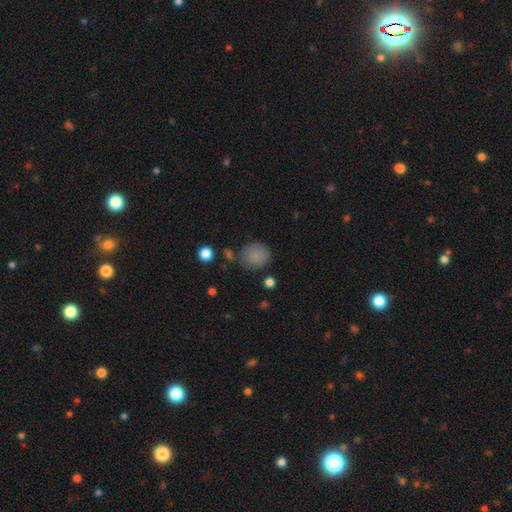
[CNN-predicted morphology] The model was most divided on "merging": none: 76%, minor disturbance: 15%, major disturbance: 5%, merger: 4%. More confident: smooth or featured — smooth (84%); how rounded — round (83%).